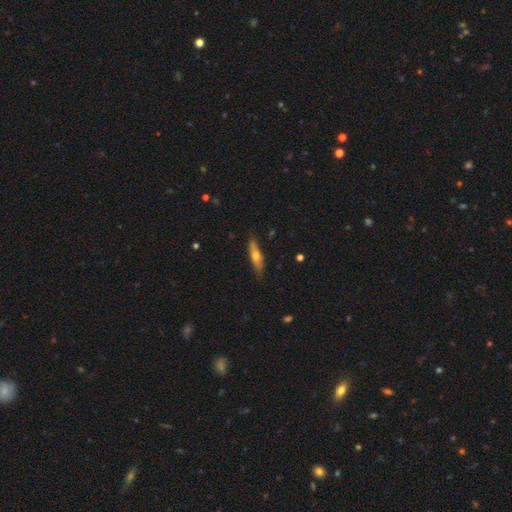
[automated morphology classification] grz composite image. It shows a smooth galaxy with no disk features (52%) that is cigar-shaped (73%). Merging: none (81%).